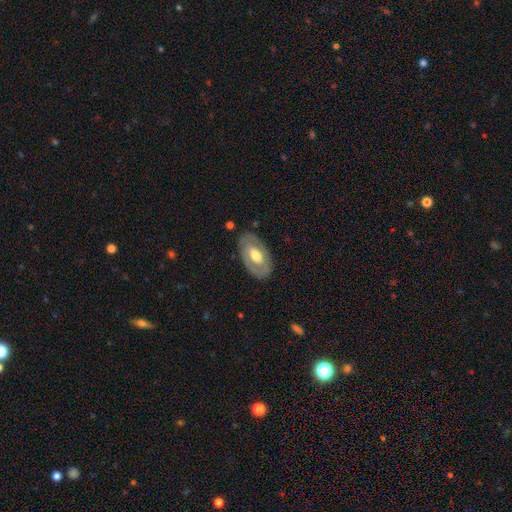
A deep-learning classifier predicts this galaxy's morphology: smooth_or_featured: featured or disk (p=0.57) [alt: smooth p=0.38]
disk_edge_on: no (p=0.89) [alt: yes p=0.11]
bar: no (p=0.57) [alt: weak p=0.30]
has_spiral_arms: no (p=0.69) [alt: yes p=0.31]
bulge_size: moderate (p=0.65) [alt: large p=0.22]
merging: none (p=0.79) [alt: minor disturbance p=0.14]